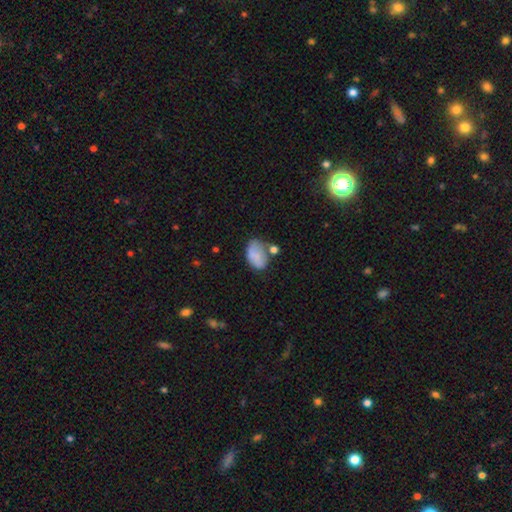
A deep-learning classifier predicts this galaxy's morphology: A smooth galaxy with no disk features (73%) that is in between round and cigar-shaped (85%).

Vote fractions:
- Smooth or featured? smooth: 73% / featured or disk: 17% / star or artifact: 9%
- How rounded? in between: 85% / round: 14% / cigar-shaped: 1%
- Merging? none: 42% / minor disturbance: 28% / merger: 17% / major disturbance: 14%